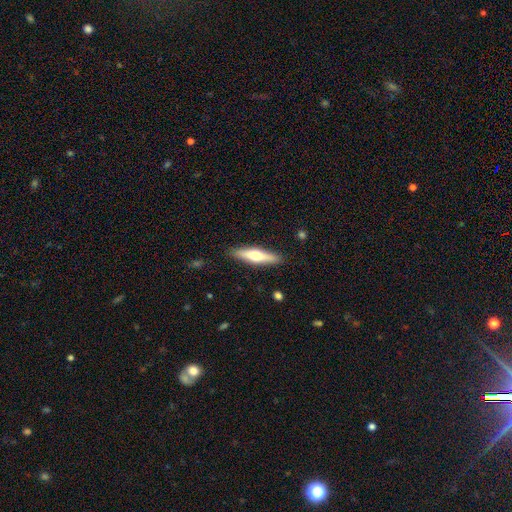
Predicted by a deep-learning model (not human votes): Overall: smooth (48%; featured or disk 46%). Merging: none (88%).